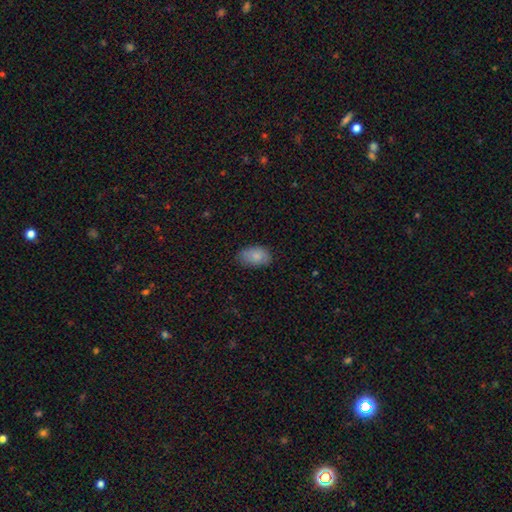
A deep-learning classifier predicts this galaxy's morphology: Smooth or featured? Predicted: smooth (p=0.84). How rounded? Predicted: in between (p=0.91). Merging? Predicted: none (p=0.78).